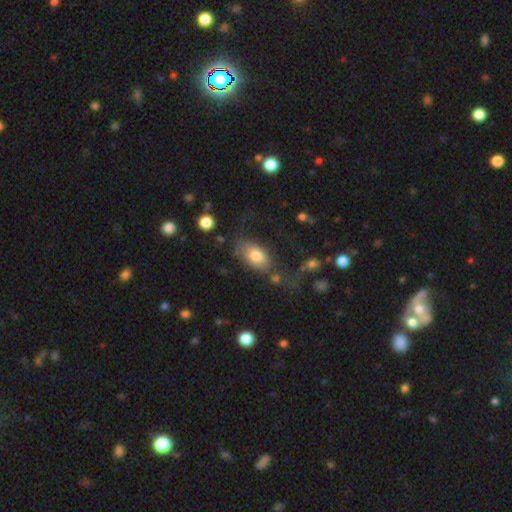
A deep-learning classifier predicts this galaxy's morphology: This is likely a smooth galaxy (73%). How rounded: clearly in between (90%). Merging: possibly none (51%).